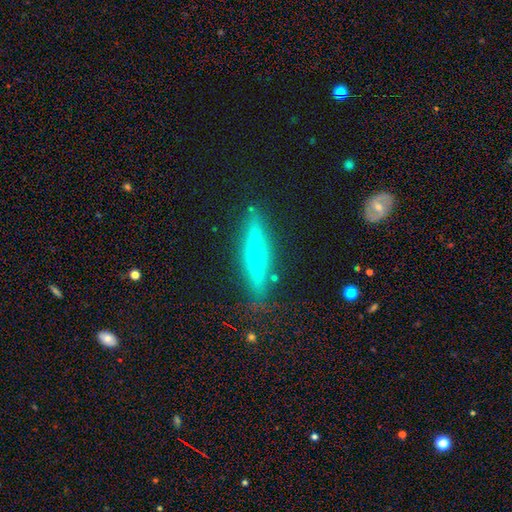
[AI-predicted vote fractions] Smooth or featured? Predicted: featured or disk (p=0.68). Edge-on disk? Predicted: yes (p=0.94). Edge-on bulge? Predicted: rounded (p=0.82). Merging? Predicted: none (p=0.87).